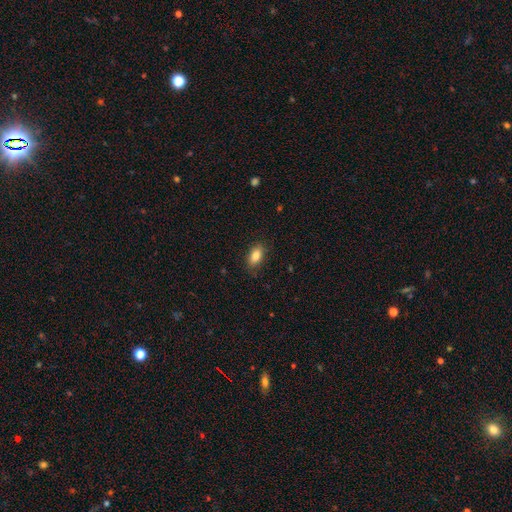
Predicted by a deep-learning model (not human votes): This appears to be a smooth galaxy with no disk features (85%) that is in between round and cigar-shaped (89%). Merging: none (84%).